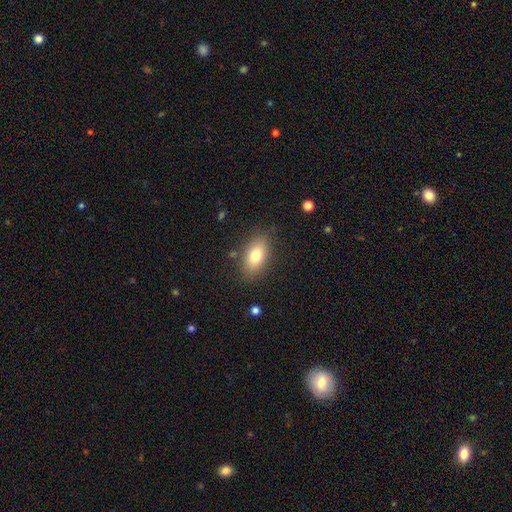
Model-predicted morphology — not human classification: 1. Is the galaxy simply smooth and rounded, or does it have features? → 78% smooth, 14% featured or disk, 8% star or artifact.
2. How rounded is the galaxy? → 89% in between, 6% round, 5% cigar-shaped.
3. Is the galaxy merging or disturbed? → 83% none, 12% minor disturbance, 3% major disturbance, 2% merger.